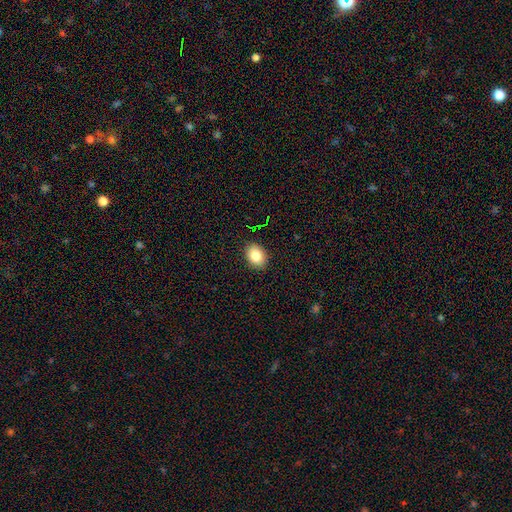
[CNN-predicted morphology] A smooth galaxy with no disk features (84%) that is in between round and cigar-shaped (66%). Merging: none (90%).